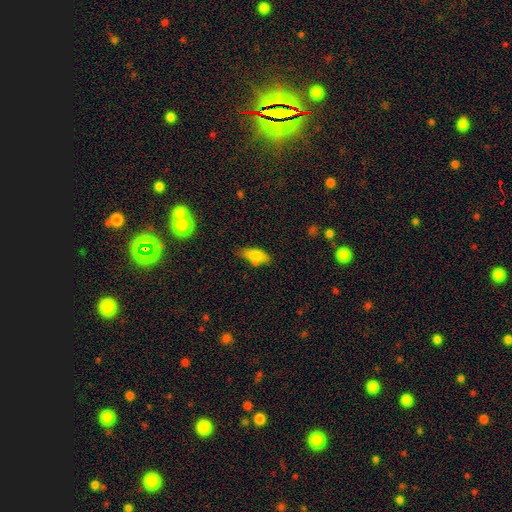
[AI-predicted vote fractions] Smooth or featured? smooth (76%)
How rounded? in between (78%)
Merging? none (56%)